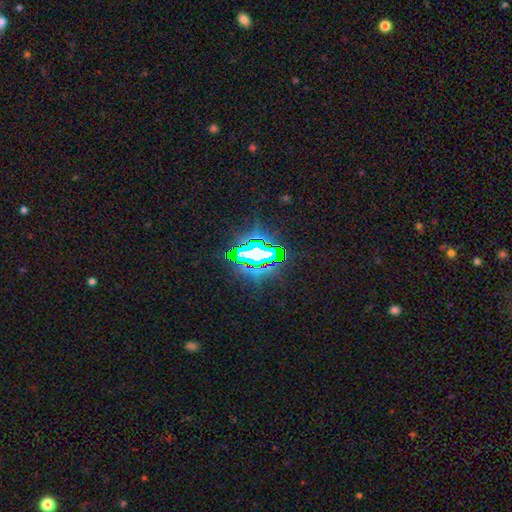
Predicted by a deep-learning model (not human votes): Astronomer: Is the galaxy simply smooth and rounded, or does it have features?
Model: star or artifact — 74%.